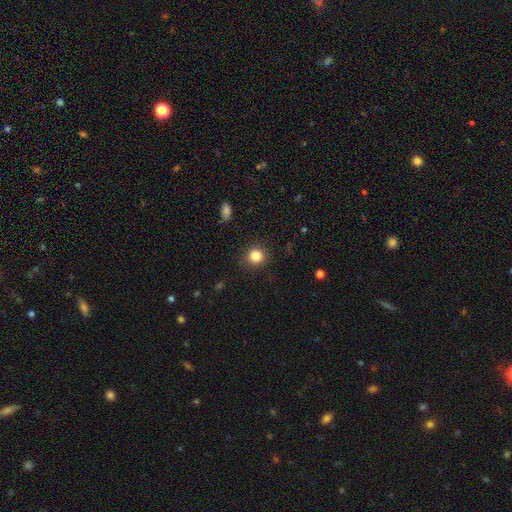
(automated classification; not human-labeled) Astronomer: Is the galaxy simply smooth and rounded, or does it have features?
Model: smooth — 85%.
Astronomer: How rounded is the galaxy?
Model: round — 89%.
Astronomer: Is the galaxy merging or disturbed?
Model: none — 88%.